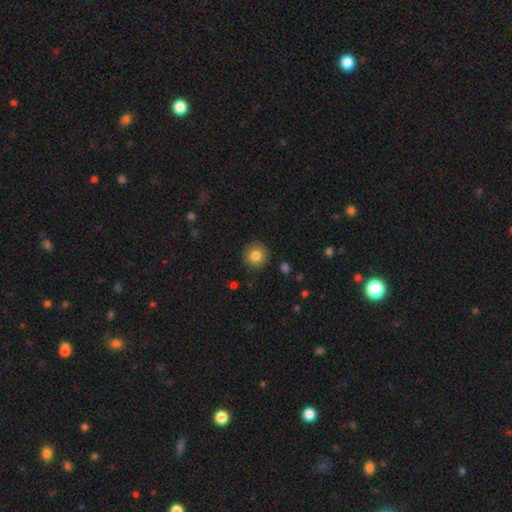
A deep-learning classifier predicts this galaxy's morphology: Overall: smooth (83%). How rounded: round (93%). Merging: none (90%).